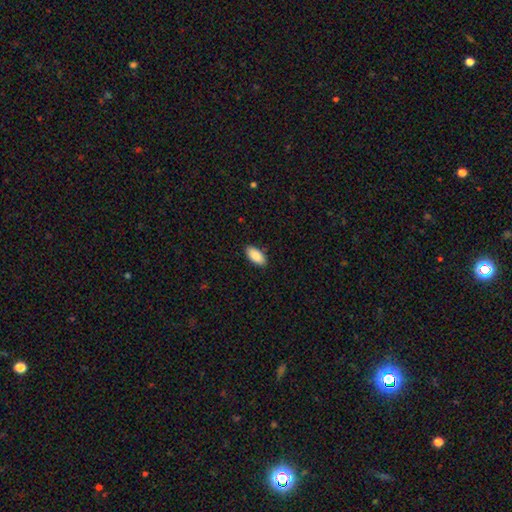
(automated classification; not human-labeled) Smooth or featured? Predicted: smooth (p=0.89). How rounded? Predicted: in between (p=0.92). Merging? Predicted: none (p=0.89).